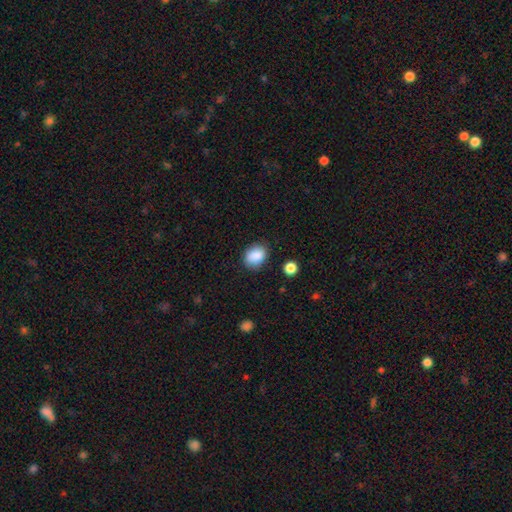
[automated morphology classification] type=smooth (88%); roundness=in between (63%); merging=none (80%).